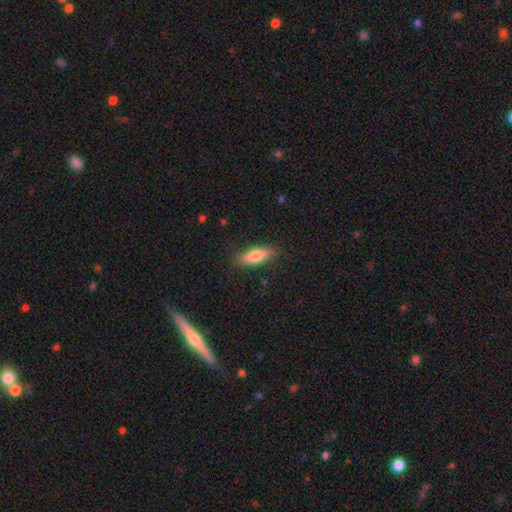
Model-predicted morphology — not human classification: A smooth galaxy with no disk features (73%) that is in between round and cigar-shaped (60%). Merging: none (84%).